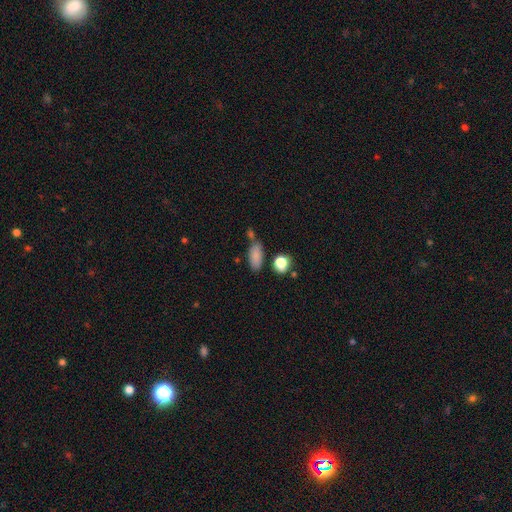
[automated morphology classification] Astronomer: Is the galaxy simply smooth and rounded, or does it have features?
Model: smooth — 84%.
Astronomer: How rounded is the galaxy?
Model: in between — 80%.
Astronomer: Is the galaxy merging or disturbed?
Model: none — 64%.